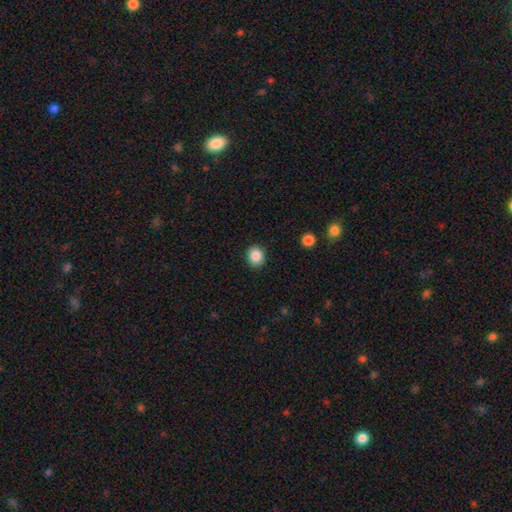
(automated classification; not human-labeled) A smooth galaxy with no disk features (86%) that is round (76%).

Vote fractions:
- Smooth or featured? smooth: 86% / star or artifact: 10% / featured or disk: 4%
- How rounded? round: 76% / in between: 23% / cigar-shaped: 1%
- Merging? none: 90% / minor disturbance: 7% / major disturbance: 2% / merger: 1%